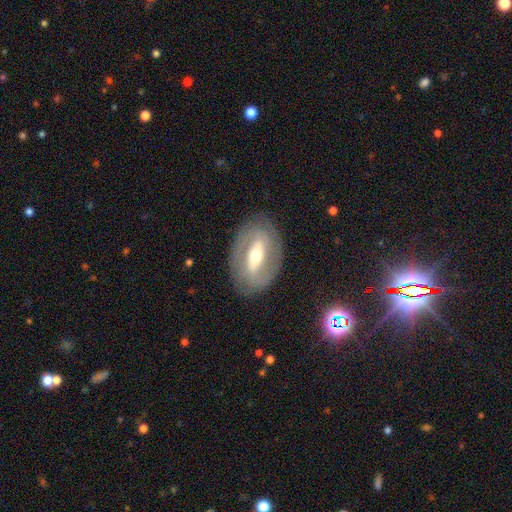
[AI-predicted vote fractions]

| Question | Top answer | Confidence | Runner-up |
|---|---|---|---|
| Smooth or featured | featured or disk | 74% | smooth (20%) |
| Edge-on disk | no | 90% | yes (10%) |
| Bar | strong | 55% | weak (29%) |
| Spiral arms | yes | 61% | no (39%) |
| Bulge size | moderate | 59% | small (33%) |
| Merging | none | 82% | minor disturbance (11%) |